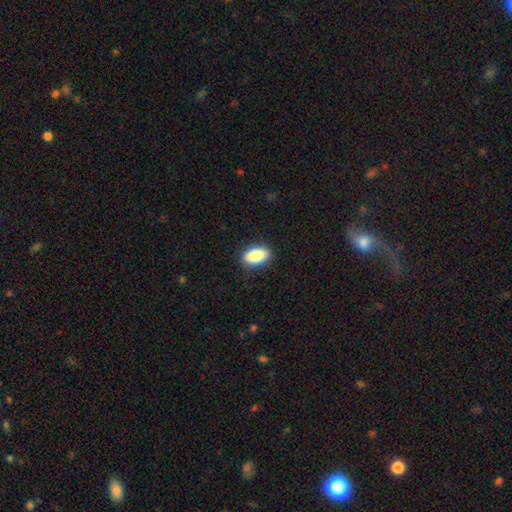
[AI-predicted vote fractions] smooth-or-featured: smooth: 86% | featured or disk: 7% | star or artifact: 7%
  how-rounded: in between: 90% | round: 6% | cigar-shaped: 4%
  merging: none: 88% | minor disturbance: 9% | major disturbance: 2% | merger: 1%